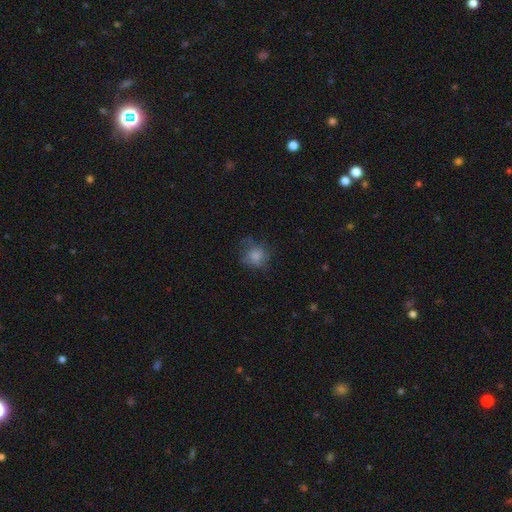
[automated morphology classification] smooth 76%, featured or disk 13%, star or artifact 11%. Down the decision tree: how rounded — round (75%); merging — none (56%).